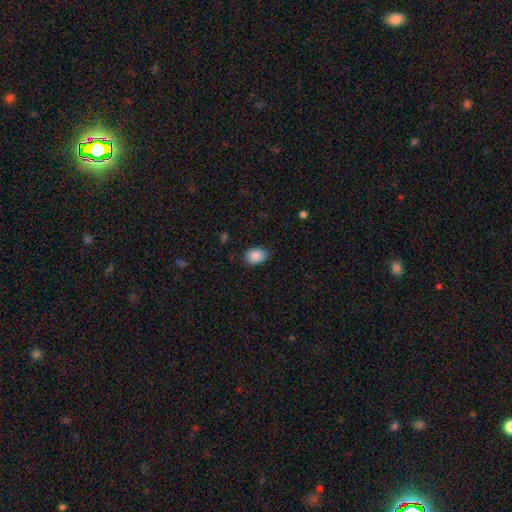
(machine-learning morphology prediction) Overall: smooth (88%). How rounded: in between (70%). Merging: none (79%).